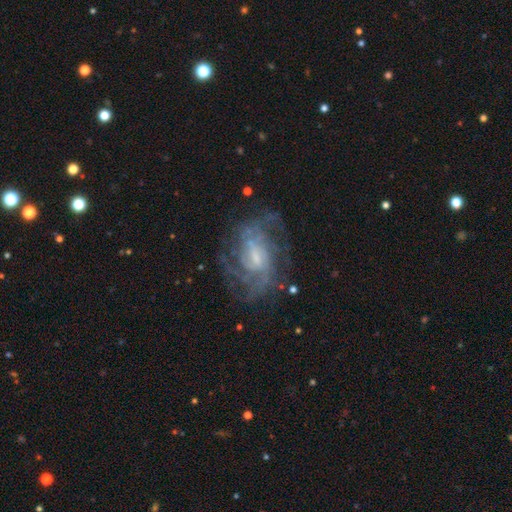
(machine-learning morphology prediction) This appears to be a featured or disk galaxy (85%) with a weak bar (53%), tight (44%) spiral arms (93%) and a small central bulge (54%). Merging: none (69%).